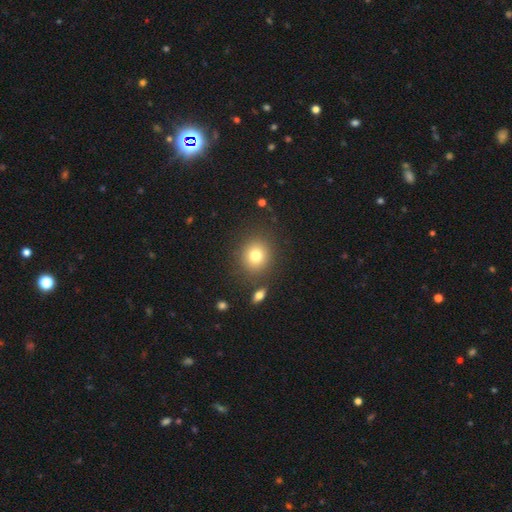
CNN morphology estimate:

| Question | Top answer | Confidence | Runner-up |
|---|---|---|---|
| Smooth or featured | smooth | 78% | star or artifact (12%) |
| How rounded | round | 84% | in between (15%) |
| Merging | none | 84% | minor disturbance (8%) |